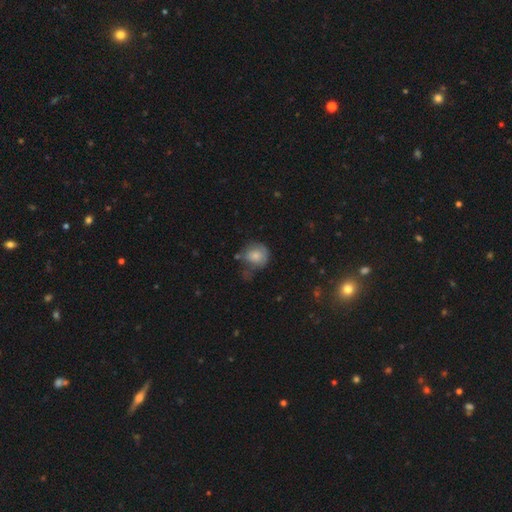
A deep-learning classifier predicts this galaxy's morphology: smooth_or_featured: smooth (p=0.73) [alt: featured or disk p=0.19]
how_rounded: round (p=0.77) [alt: in between p=0.22]
merging: none (p=0.43) [alt: minor disturbance p=0.33]